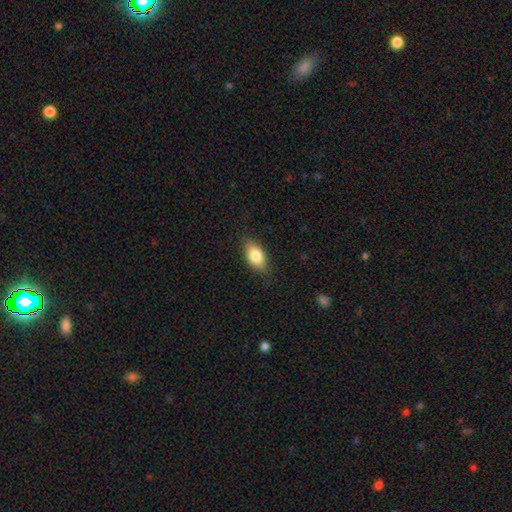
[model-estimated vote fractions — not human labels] Morphology: type=smooth (81%); roundness=in between (89%); merging=none (83%).